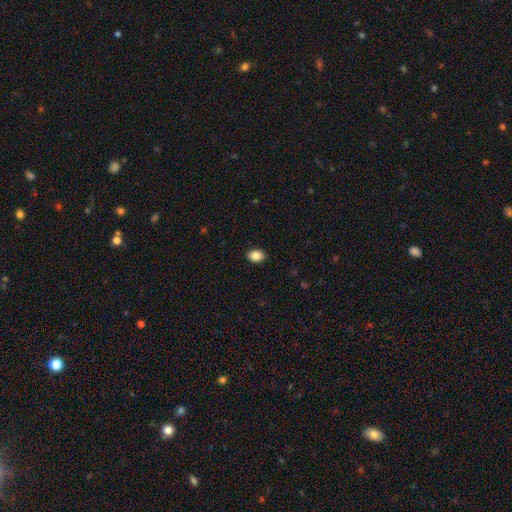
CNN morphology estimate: This is clearly a smooth galaxy (86%). How rounded: likely in between (80%). Merging: clearly none (90%).